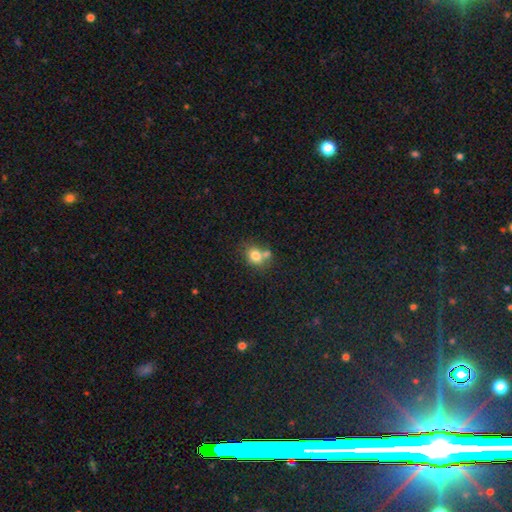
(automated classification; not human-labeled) smooth-or-featured: smooth: 76% | featured or disk: 12% | star or artifact: 12%
  how-rounded: round: 62% | in between: 37% | cigar-shaped: 1%
  merging: none: 47% | merger: 34% | minor disturbance: 14% | major disturbance: 5%